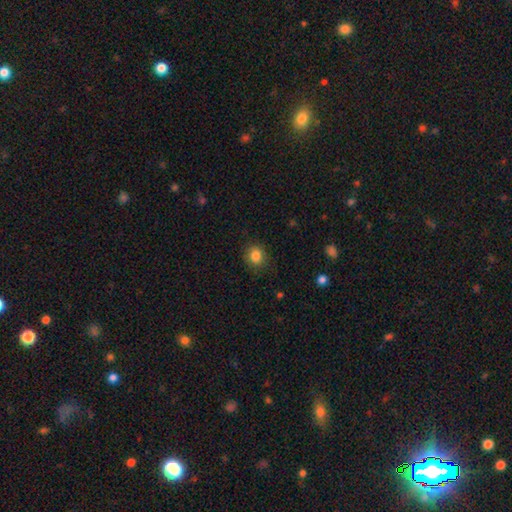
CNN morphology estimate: Smooth or featured? smooth (85%)
How rounded? round (75%)
Merging? none (86%)